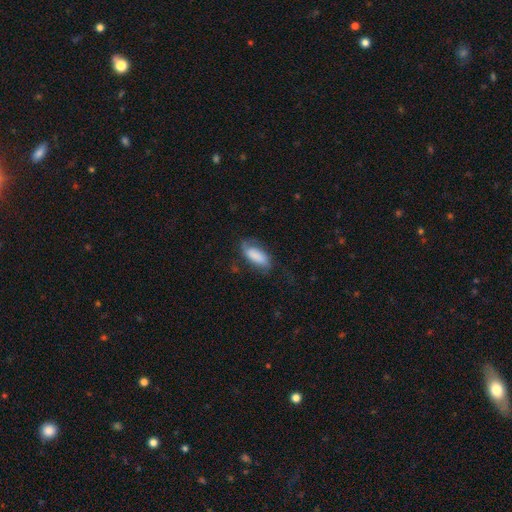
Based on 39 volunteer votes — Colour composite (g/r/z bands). It shows a smooth galaxy with no disk features (67%) that is in between round and cigar-shaped (92%). Merging: minor disturbance (44%).